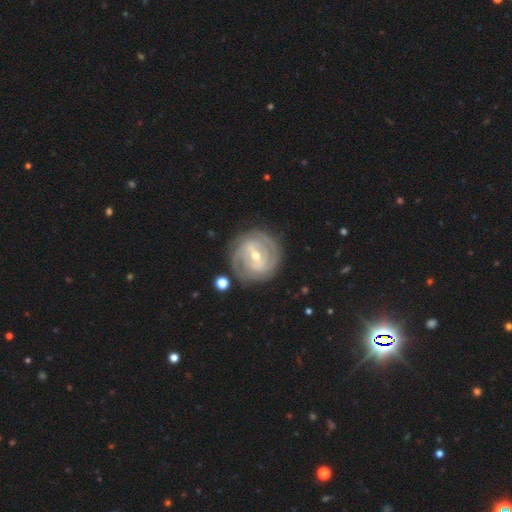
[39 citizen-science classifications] Smooth or featured?
  - featured or disk: 90% *
  - star or artifact: 10%
  - smooth: 0%
Edge-on disk?
  - no: 94% *
  - yes: 6%
Bar?
  - strong: 39% *
  - no: 36%
  - weak: 24%
Spiral arms?
  - yes: 100% *
  - no: 0%
Spiral winding?
  - tight: 94% *
  - medium: 6%
  - loose: 0%
Spiral arm count?
  - 2: 52% *
  - can't tell: 21%
  - 4: 15%
  - 3: 12%
  - 1: 0%
  - more than 4: 0%
Bulge size?
  - small: 55% *
  - moderate: 42%
  - none: 3%
  - dominant: 0%
  - large: 0%
Merging?
  - none: 94% *
  - major disturbance: 6%
  - minor disturbance: 0%
  - merger: 0%